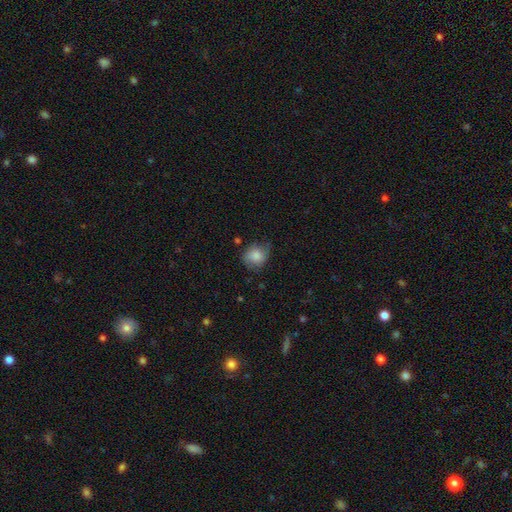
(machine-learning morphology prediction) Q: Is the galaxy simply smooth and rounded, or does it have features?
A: smooth — 80%.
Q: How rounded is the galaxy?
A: round — 69%.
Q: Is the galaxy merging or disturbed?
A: none — 61%.